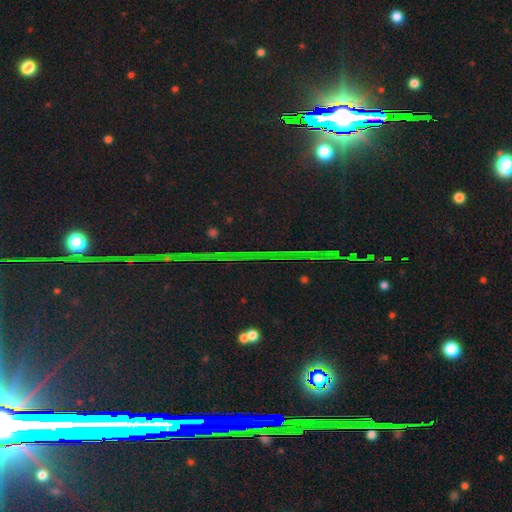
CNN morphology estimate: This is clearly a star or artifact rather than a galaxy (86%).